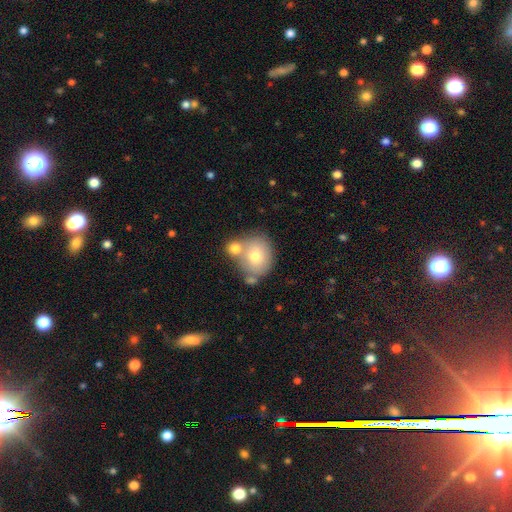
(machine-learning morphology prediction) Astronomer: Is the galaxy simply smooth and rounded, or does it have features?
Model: smooth — 70%.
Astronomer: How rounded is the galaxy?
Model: round — 72%.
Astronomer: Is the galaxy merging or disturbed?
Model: none — 44% (runner-up: merger, 40%).